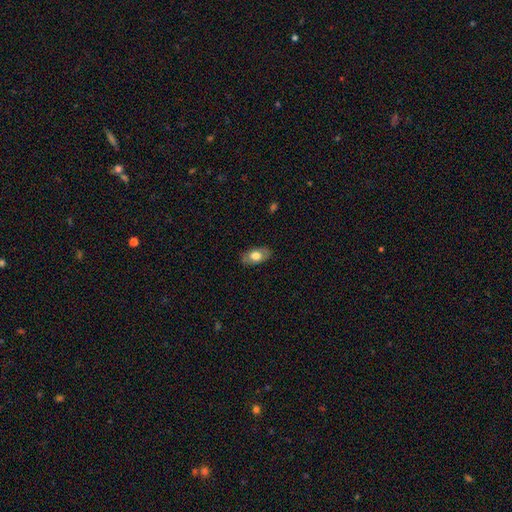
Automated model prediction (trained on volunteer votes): This is likely a smooth galaxy (70%). How rounded: clearly in between (92%). Merging: clearly none (83%).